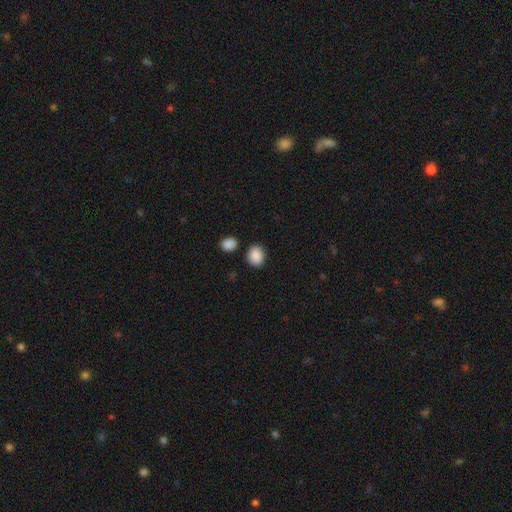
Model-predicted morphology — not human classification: This appears to be a smooth galaxy with no disk features (89%) that is round (51%). Merging: none (81%).